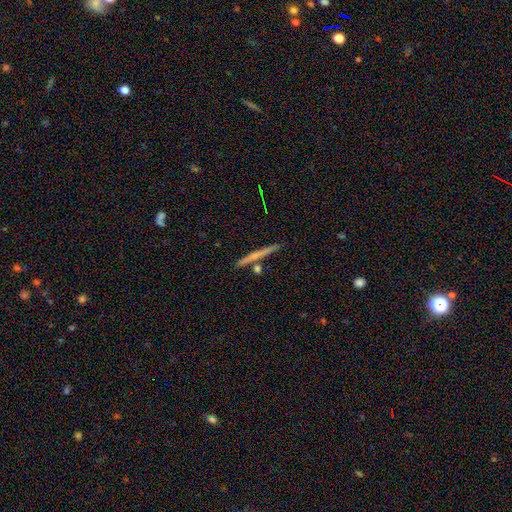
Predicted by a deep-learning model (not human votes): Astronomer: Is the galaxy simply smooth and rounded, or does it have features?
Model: featured or disk — 49% (runner-up: smooth, 44%).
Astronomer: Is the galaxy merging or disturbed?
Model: none — 85%.